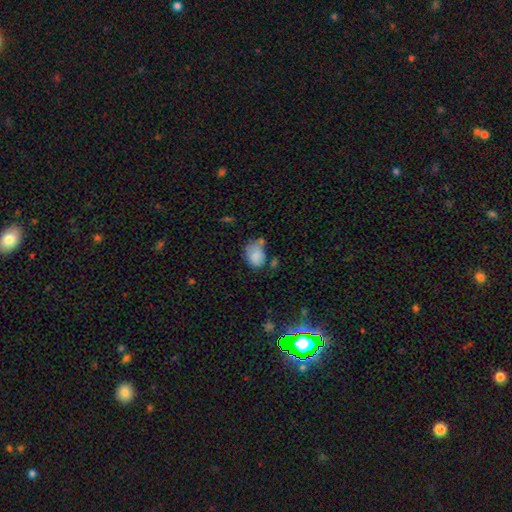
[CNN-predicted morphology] Smooth or featured? smooth (82%)
How rounded? in between (68%)
Merging? none (45%)